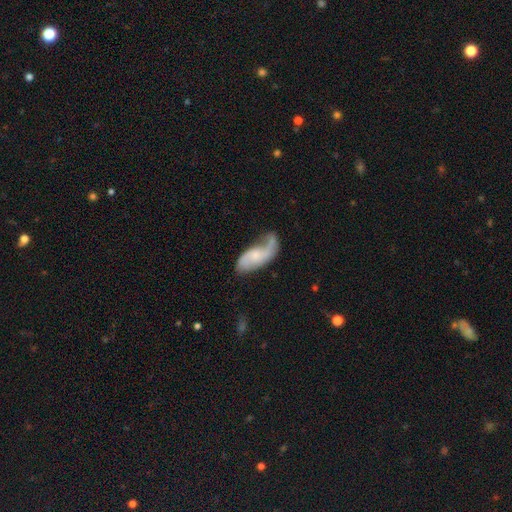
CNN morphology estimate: This appears to be a featured or disk galaxy (69%) with no bar (64%), 2 (74%) loose (63%) spiral arms (91%) and a small central bulge (53%). Merging: none (42%).